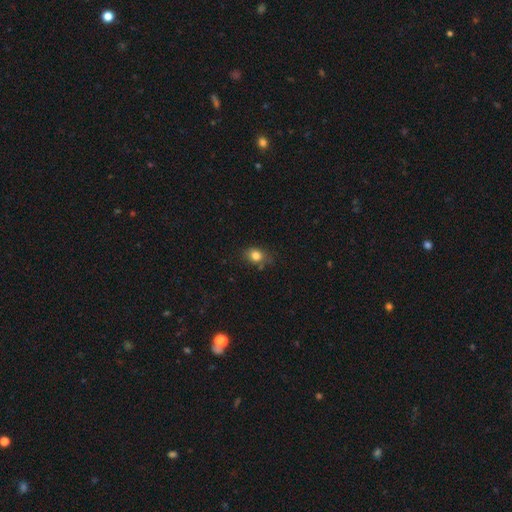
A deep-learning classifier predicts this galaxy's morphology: smooth-or-featured: smooth: 82% | star or artifact: 11% | featured or disk: 7%
  how-rounded: round: 51% | in between: 48% | cigar-shaped: 1%
  merging: none: 72% | minor disturbance: 20% | major disturbance: 4% | merger: 4%